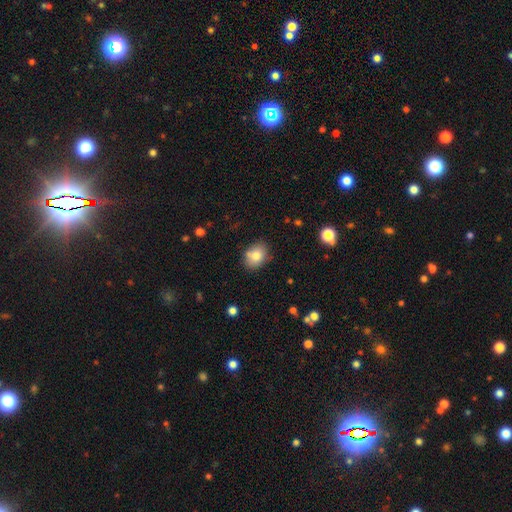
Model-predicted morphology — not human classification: Smooth or featured? smooth (80%)
How rounded? in between (63%)
Merging? none (78%)